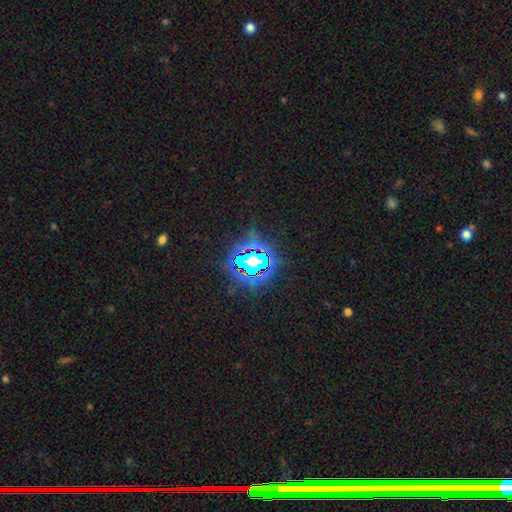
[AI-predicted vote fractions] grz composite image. It shows a star or artifact, not a galaxy (81%).